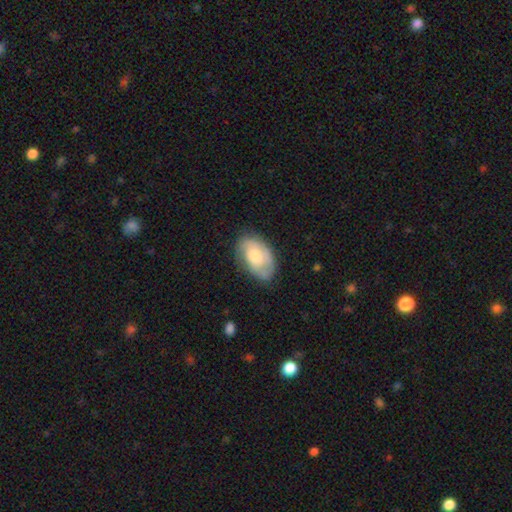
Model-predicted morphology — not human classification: This is possibly a featured or disk galaxy (48%). Merging: likely none (70%).